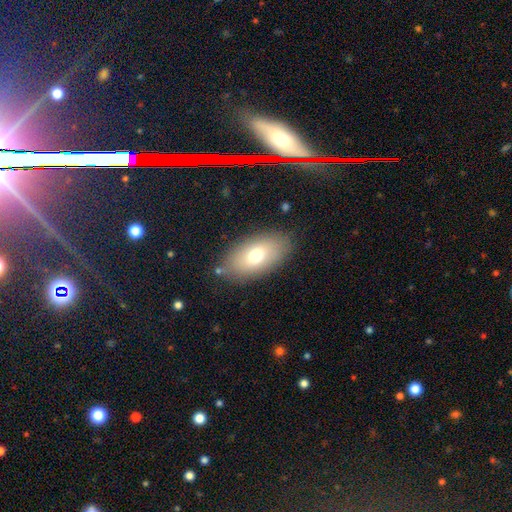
Morphology: type=smooth (68%); roundness=in between (100%); merging=none (83%).